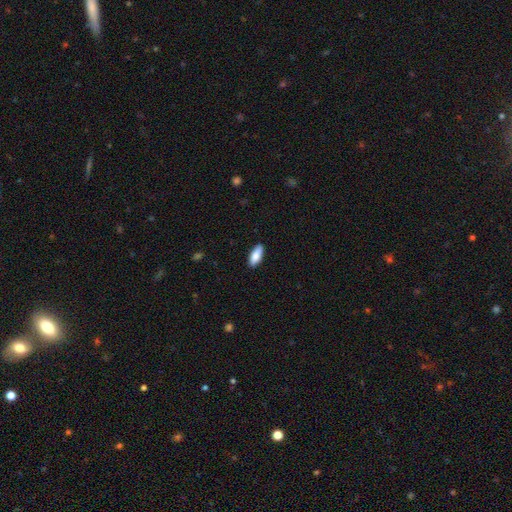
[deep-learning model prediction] The model was most divided on "how rounded": in between: 79%, cigar-shaped: 19%, round: 2%. More confident: merging — none (86%); smooth or featured — smooth (85%).